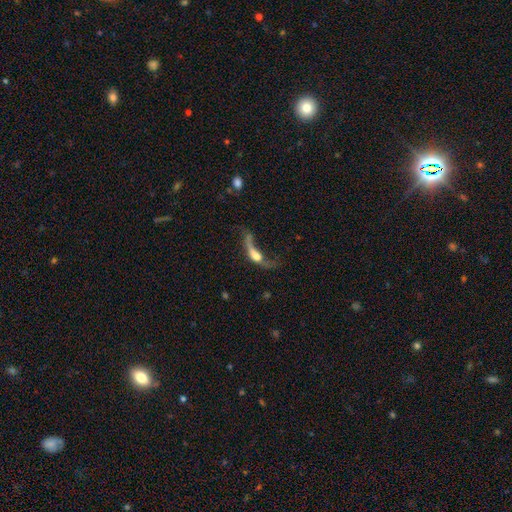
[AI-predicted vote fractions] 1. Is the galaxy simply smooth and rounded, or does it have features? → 48% featured or disk, 40% smooth, 11% star or artifact.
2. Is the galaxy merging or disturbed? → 55% major disturbance, 19% none, 13% minor disturbance, 12% merger.